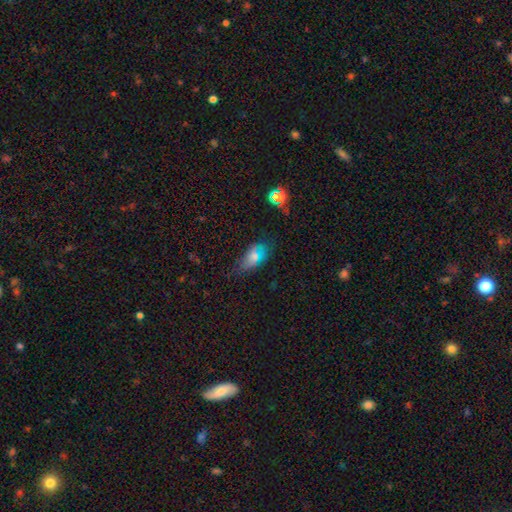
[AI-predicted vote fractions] Q: Smooth or featured?
A: smooth (67%); runner-up: star or artifact (19%)
Q: How rounded?
A: in between (89%); runner-up: cigar-shaped (7%)
Q: Merging?
A: none (62%); runner-up: minor disturbance (26%)